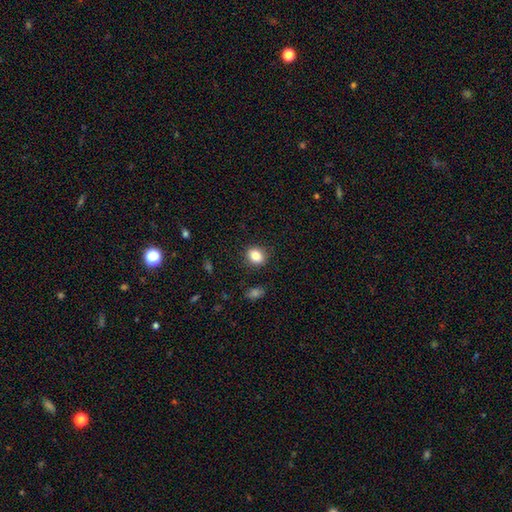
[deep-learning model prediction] Smooth or featured: smooth — 83% (star or artifact — 10%)
How rounded: round — 55% (in between — 44%)
Merging: none — 87% (minor disturbance — 9%)